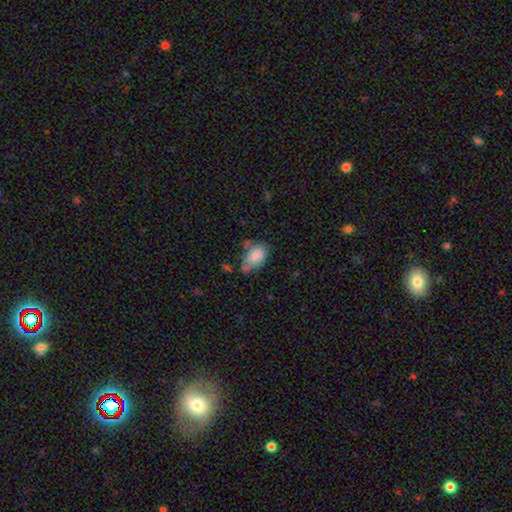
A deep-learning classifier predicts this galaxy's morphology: This is clearly a smooth galaxy (83%). How rounded: clearly in between (88%). Merging: possibly none (46%).